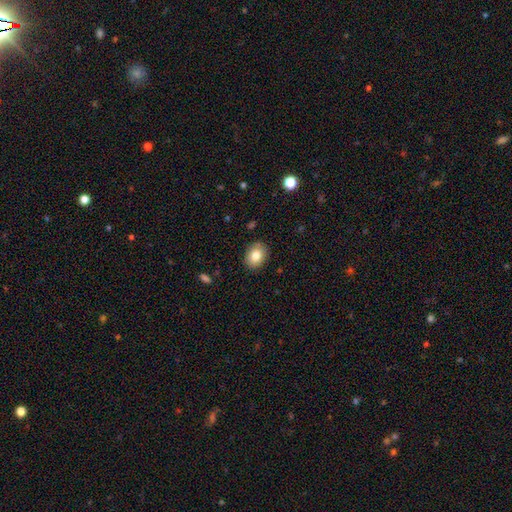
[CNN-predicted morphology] smooth_or_featured: smooth (p=0.81) [alt: featured or disk p=0.10]
how_rounded: in between (p=0.59) [alt: round p=0.40]
merging: none (p=0.88) [alt: minor disturbance p=0.09]